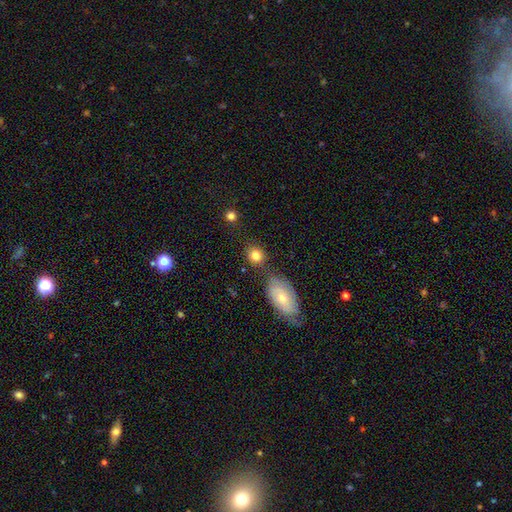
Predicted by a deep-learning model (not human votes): This appears to be a smooth galaxy with no disk features (81%) that is round (73%). Merging: none (72%).